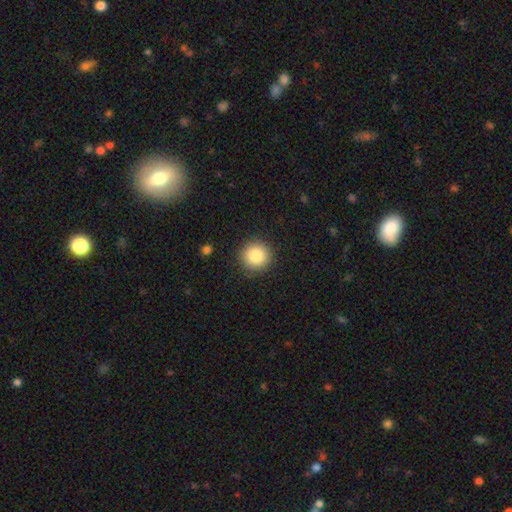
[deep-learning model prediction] The model was most divided on "smooth or featured": smooth: 86%, star or artifact: 9%, featured or disk: 5%. More confident: how rounded — round (95%); merging — none (90%).